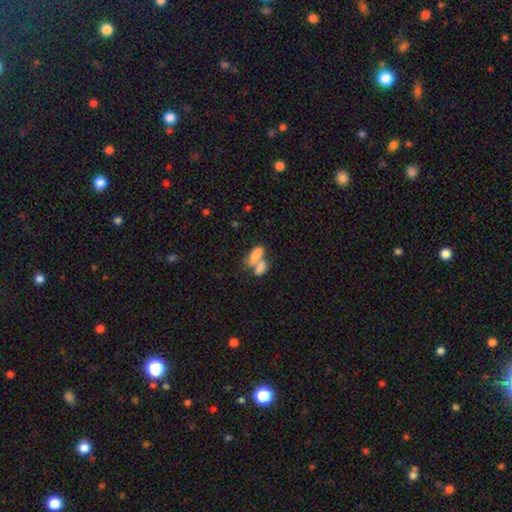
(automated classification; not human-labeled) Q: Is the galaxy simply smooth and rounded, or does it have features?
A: smooth — 75%.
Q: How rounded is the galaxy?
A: in between — 84%.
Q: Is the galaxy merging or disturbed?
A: merger — 67%.